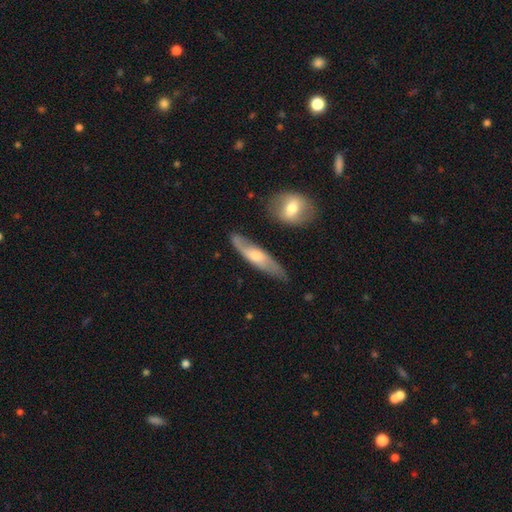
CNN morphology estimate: A featured or disk galaxy (60%).

Vote fractions:
- Smooth or featured? featured or disk: 60% / smooth: 34% / star or artifact: 6%
- Edge-on disk? no: 51% / yes: 49%
- Merging? none: 76% / minor disturbance: 17% / major disturbance: 4% / merger: 3%